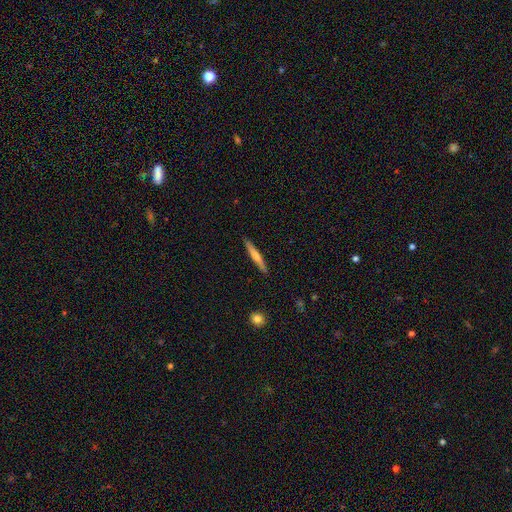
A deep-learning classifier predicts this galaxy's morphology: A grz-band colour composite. It shows a smooth galaxy with no disk features (54%) that is cigar-shaped (95%). Merging: none (90%).